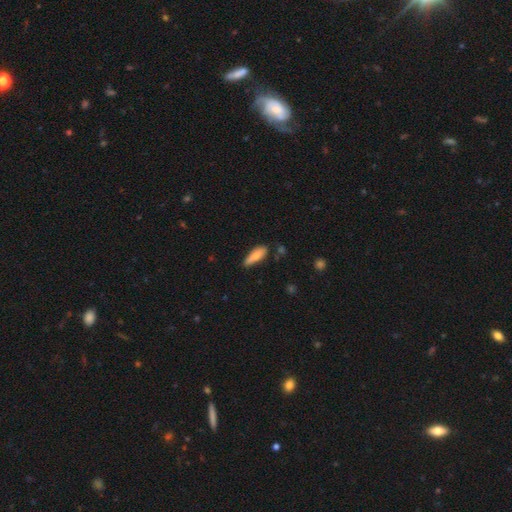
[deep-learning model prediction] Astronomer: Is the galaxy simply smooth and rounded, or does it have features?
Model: smooth — 77%.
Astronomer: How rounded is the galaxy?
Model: cigar-shaped — 52% (runner-up: in between, 46%).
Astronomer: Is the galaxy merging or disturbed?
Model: none — 72%.